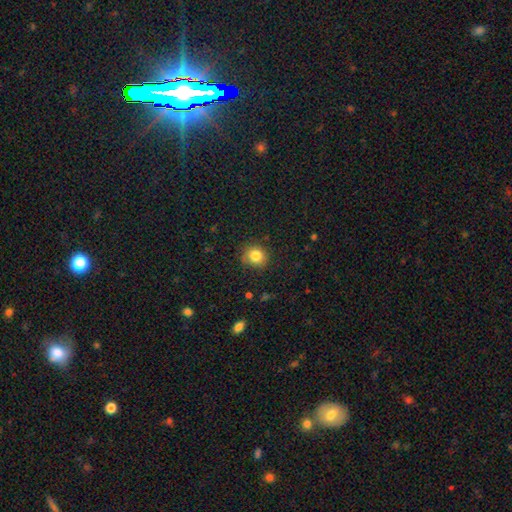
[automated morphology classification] This appears to be a smooth galaxy with no disk features (82%) that is round (83%). Merging: none (81%).